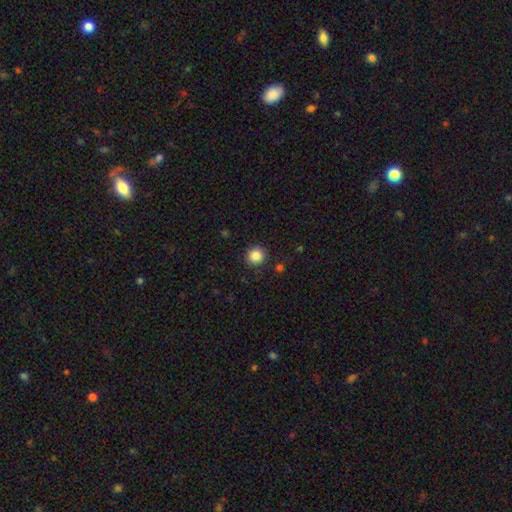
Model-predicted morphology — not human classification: smooth-or-featured: smooth: 86% | star or artifact: 10% | featured or disk: 4%
  how-rounded: round: 91% | in between: 8% | cigar-shaped: 1%
  merging: none: 89% | minor disturbance: 7% | major disturbance: 2% | merger: 1%